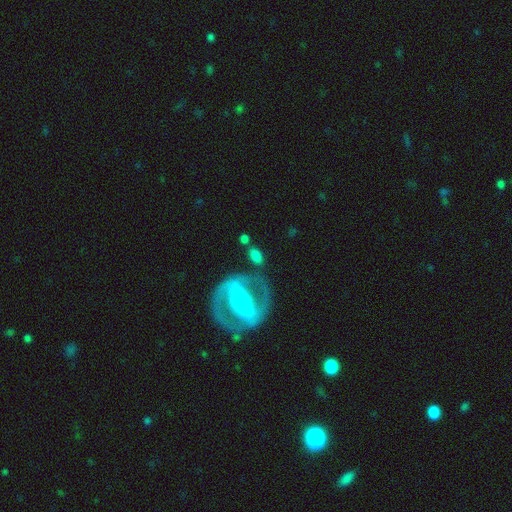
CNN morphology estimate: smooth-or-featured: featured or disk: 48% | smooth: 45% | star or artifact: 7%
  merging: none: 68% | minor disturbance: 14% | merger: 10% | major disturbance: 7%